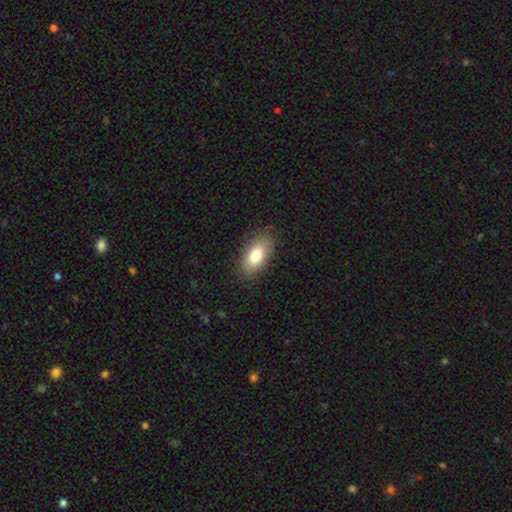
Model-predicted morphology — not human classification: Overall: smooth (82%). How rounded: in between (91%). Merging: none (84%).